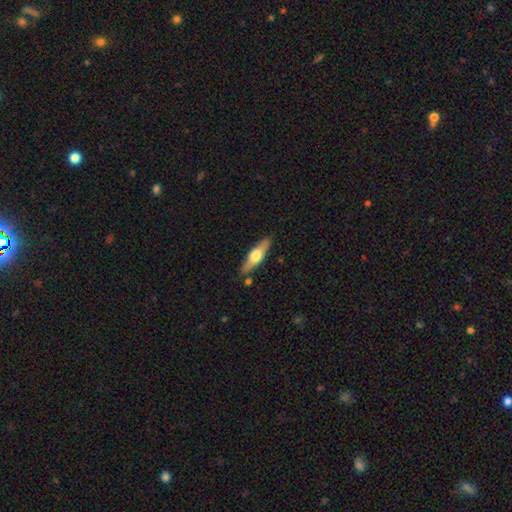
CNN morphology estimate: type=featured or disk (48%); merging=none (84%).